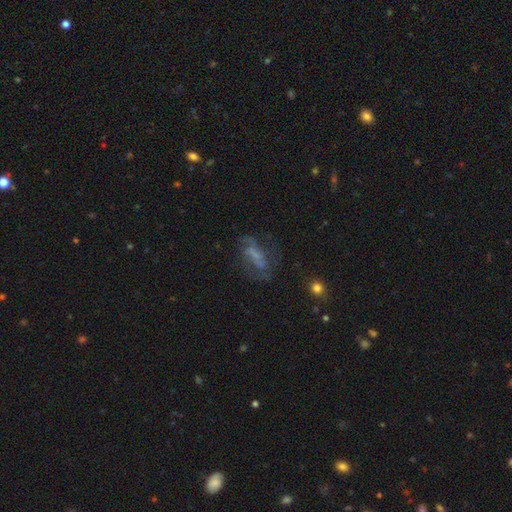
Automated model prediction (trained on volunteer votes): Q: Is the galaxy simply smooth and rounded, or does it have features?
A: featured or disk — 57%.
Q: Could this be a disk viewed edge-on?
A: no — 91%.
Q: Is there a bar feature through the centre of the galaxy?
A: no — 40%.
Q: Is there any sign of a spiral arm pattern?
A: yes — 66%.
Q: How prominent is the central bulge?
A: none — 50%.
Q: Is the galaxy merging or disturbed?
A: none — 51%.